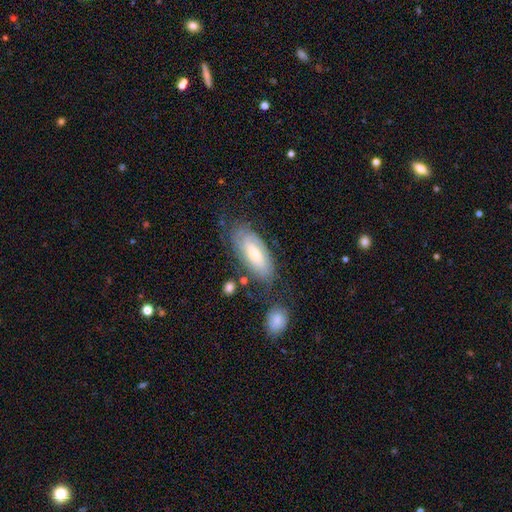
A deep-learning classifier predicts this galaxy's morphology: This is possibly a featured or disk galaxy (55%). It is clearly not viewed edge-on (83%). Merging: likely none (70%).